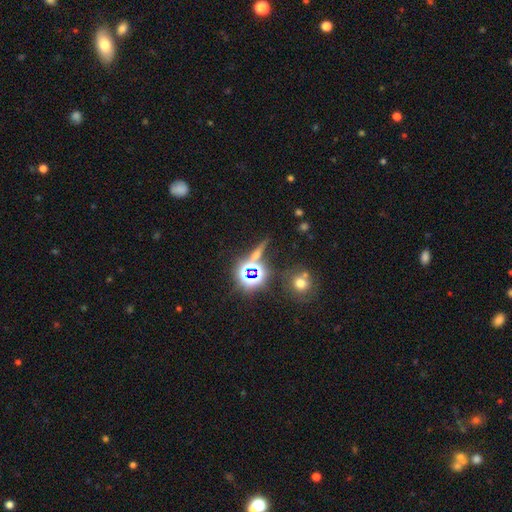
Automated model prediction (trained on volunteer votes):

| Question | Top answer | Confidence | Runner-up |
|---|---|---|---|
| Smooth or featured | star or artifact | 51% | smooth (29%) |